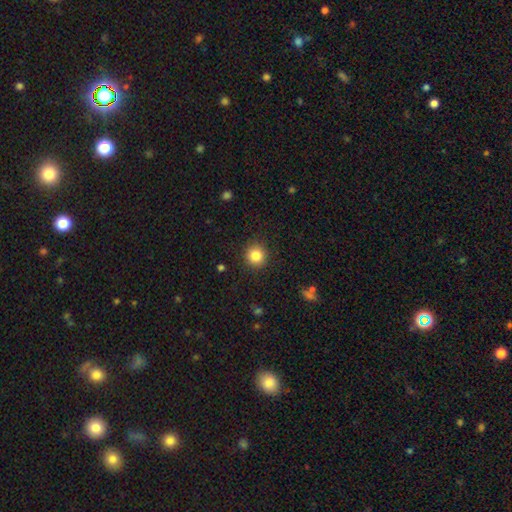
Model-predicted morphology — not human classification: A smooth galaxy with no disk features (85%) that is round (92%). Merging: none (91%).